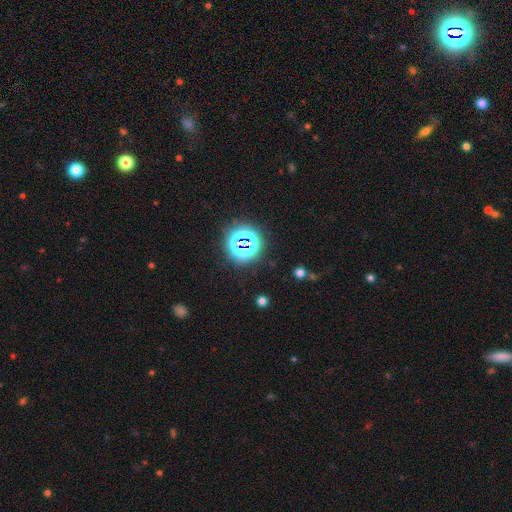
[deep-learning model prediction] Smooth or featured: star or artifact — 77% (smooth — 16%)